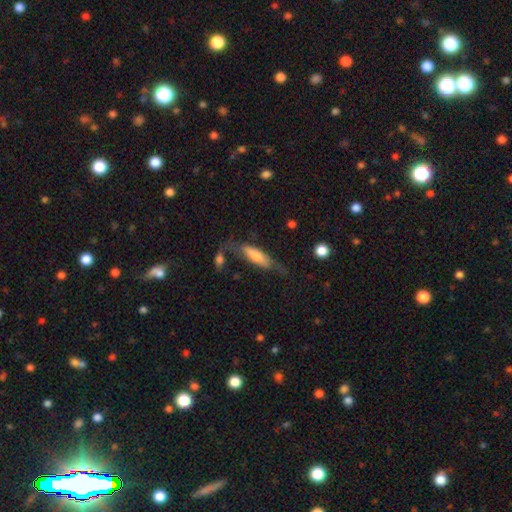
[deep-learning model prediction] The model was most divided on "how rounded": cigar-shaped: 52%, in between: 46%, round: 2%. Remaining: smooth or featured — smooth (59%); merging — none (45%).